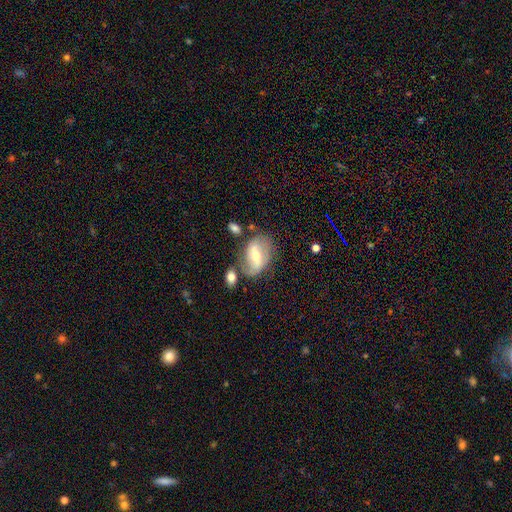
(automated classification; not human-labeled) Q: Smooth or featured?
A: featured or disk (65%); runner-up: smooth (28%)
Q: Edge-on disk?
A: no (93%); runner-up: yes (7%)
Q: Bar?
A: strong (44%); runner-up: weak (37%)
Q: Spiral arms?
A: yes (73%); runner-up: no (27%)
Q: Bulge size?
A: moderate (61%); runner-up: small (33%)
Q: Merging?
A: none (61%); runner-up: minor disturbance (19%)